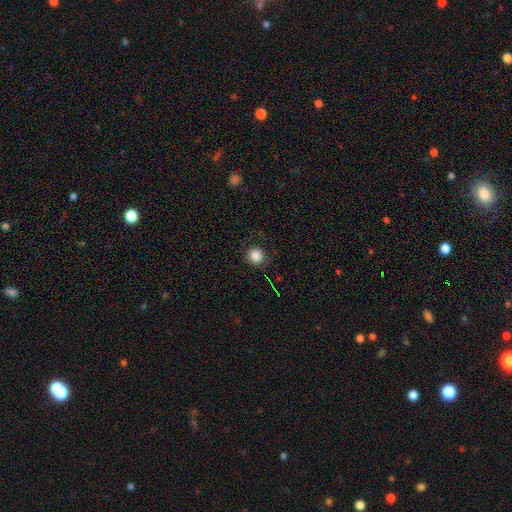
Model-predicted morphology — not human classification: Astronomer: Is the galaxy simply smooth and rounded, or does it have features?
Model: smooth — 84%.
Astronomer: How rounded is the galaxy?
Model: round — 91%.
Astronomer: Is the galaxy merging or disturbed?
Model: none — 84%.